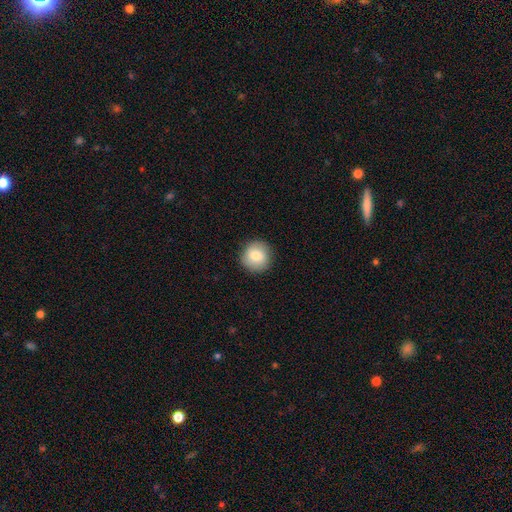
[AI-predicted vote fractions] Morphology: type=smooth (80%); roundness=round (94%); merging=none (89%).